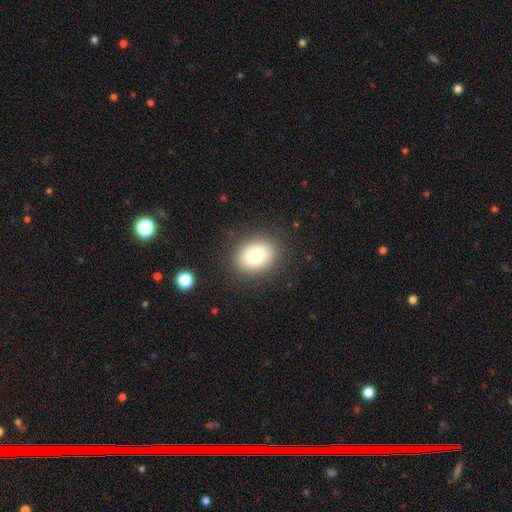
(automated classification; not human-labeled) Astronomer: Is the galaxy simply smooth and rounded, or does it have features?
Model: smooth — 80%.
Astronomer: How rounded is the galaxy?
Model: in between — 54% (runner-up: round, 45%).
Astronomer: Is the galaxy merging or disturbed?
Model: none — 86%.